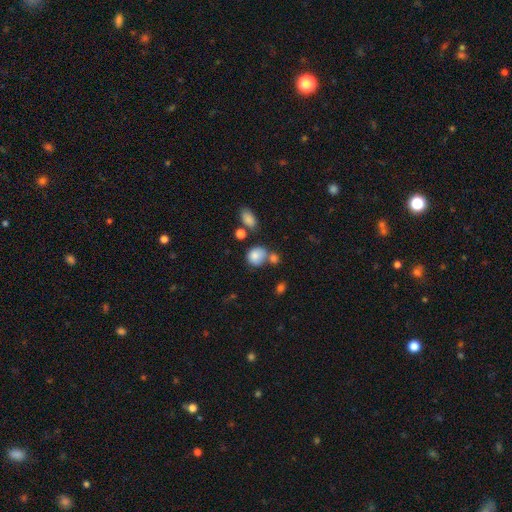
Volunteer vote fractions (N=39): Morphology: type=smooth (90%); roundness=round (63%); merging=none (36%).